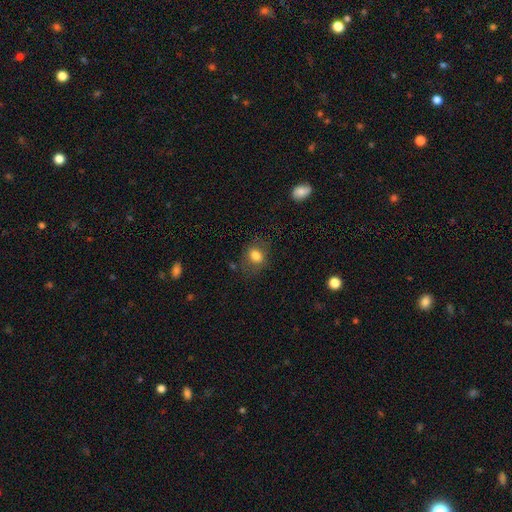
Overall: smooth (84%). How rounded: in between (69%; round 31%). Merging: none (77%).